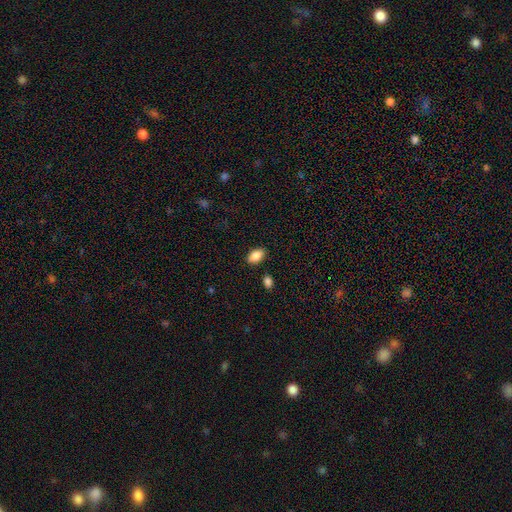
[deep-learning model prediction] The model was most divided on "merging": none: 86%, minor disturbance: 9%, merger: 3%, major disturbance: 2%. More confident: how rounded — in between (92%); smooth or featured — smooth (88%).